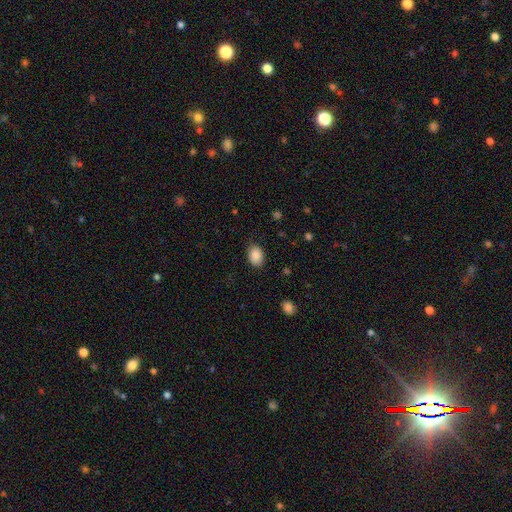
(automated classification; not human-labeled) A smooth galaxy with no disk features (88%) that is in between round and cigar-shaped (77%).

Vote fractions:
- Smooth or featured? smooth: 88% / star or artifact: 8% / featured or disk: 5%
- How rounded? in between: 77% / round: 22% / cigar-shaped: 1%
- Merging? none: 84% / minor disturbance: 12% / major disturbance: 3% / merger: 1%